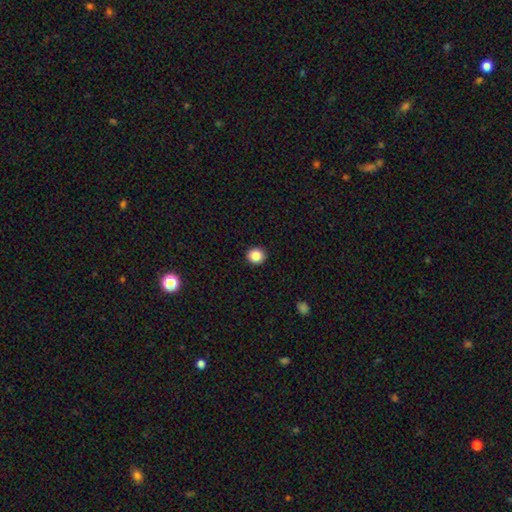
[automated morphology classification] smooth 86%, star or artifact 10%, featured or disk 4%. Down the decision tree: how rounded — round (91%); merging — none (93%).